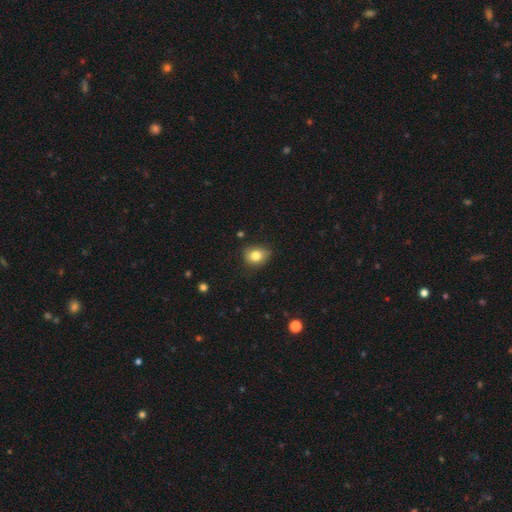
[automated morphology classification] A smooth galaxy with no disk features (81%) that is round (54%).

Vote fractions:
- Smooth or featured? smooth: 81% / star or artifact: 10% / featured or disk: 9%
- How rounded? round: 54% / in between: 45% / cigar-shaped: 1%
- Merging? none: 76% / minor disturbance: 19% / major disturbance: 3% / merger: 1%